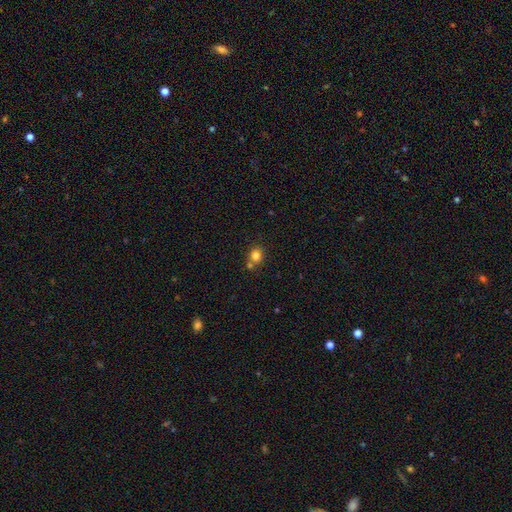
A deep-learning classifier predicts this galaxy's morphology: This is clearly a smooth galaxy (80%). How rounded: likely round (80%). Merging: likely none (65%).